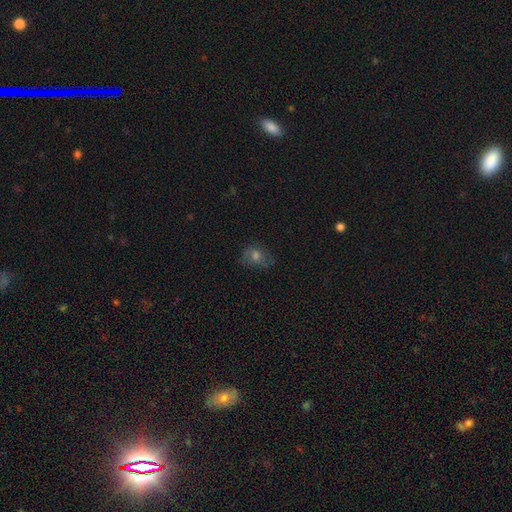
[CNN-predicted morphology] Smooth or featured? smooth (62%)
How rounded? round (55%)
Merging? none (67%)